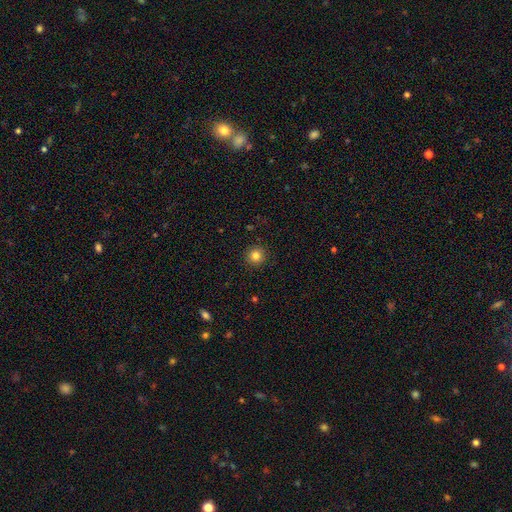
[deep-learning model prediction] Overall: smooth (82%). How rounded: round (95%). Merging: none (92%).